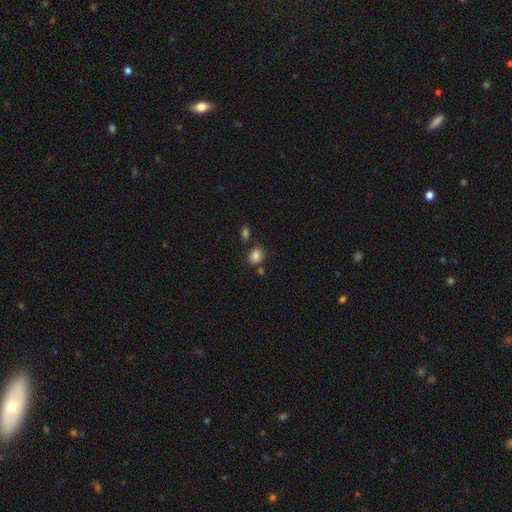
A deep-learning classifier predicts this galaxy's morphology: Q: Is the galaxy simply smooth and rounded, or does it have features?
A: smooth — 84%.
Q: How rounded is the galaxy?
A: round — 60%.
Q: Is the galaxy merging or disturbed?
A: none — 71%.